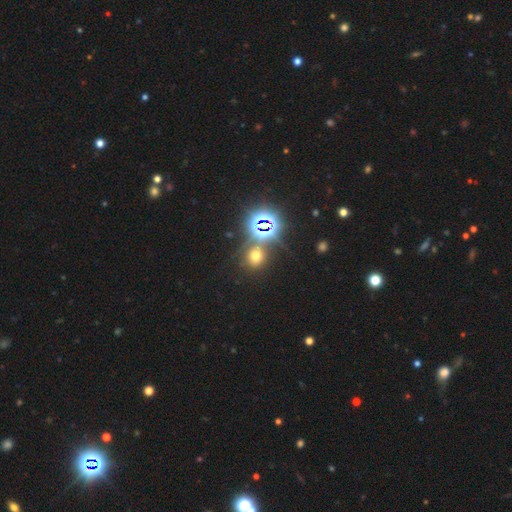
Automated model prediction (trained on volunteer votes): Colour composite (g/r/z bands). It shows a smooth galaxy with no disk features (50%) that is round (79%). Merging: none (72%).